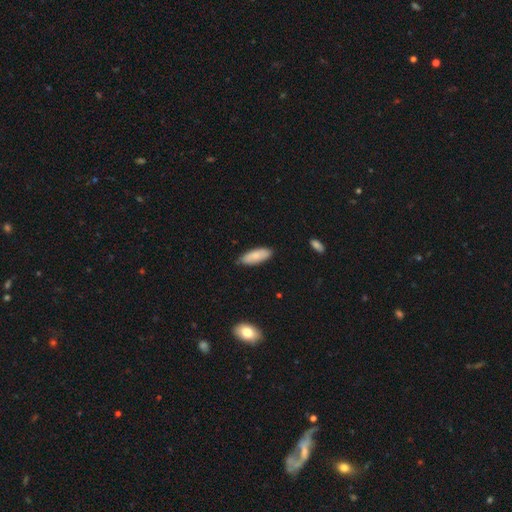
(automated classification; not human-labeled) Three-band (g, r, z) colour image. It shows a smooth galaxy with no disk features (82%) that is in between round and cigar-shaped (73%). Merging: none (82%).